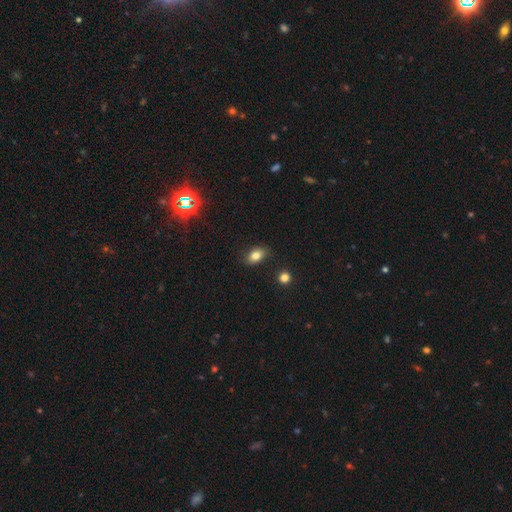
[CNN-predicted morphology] Smooth or featured? Predicted: smooth (p=0.80). How rounded? Predicted: in between (p=0.81). Merging? Predicted: none (p=0.82).